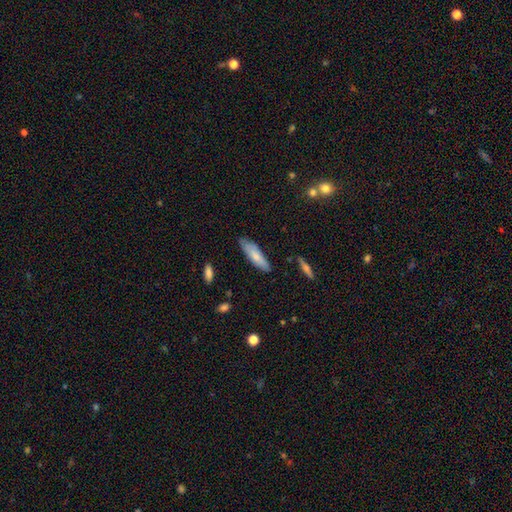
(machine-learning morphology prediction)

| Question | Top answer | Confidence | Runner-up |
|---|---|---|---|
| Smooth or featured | smooth | 71% | featured or disk (23%) |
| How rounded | cigar-shaped | 57% | in between (41%) |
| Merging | none | 75% | minor disturbance (20%) |